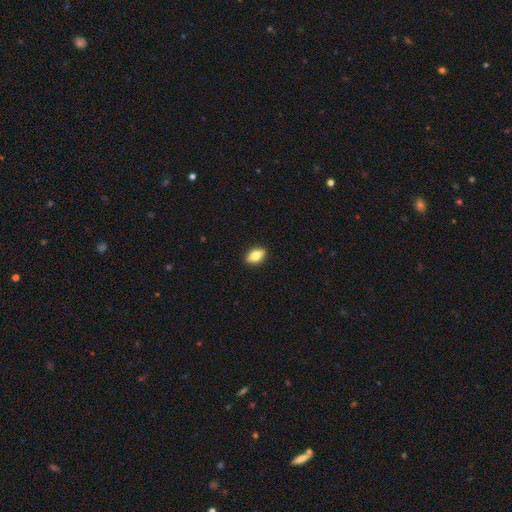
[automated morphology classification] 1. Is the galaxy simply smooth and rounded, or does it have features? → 70% smooth, 22% featured or disk, 8% star or artifact.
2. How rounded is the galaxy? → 83% in between, 11% round, 6% cigar-shaped.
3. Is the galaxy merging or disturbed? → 89% none, 8% minor disturbance, 2% major disturbance, 1% merger.